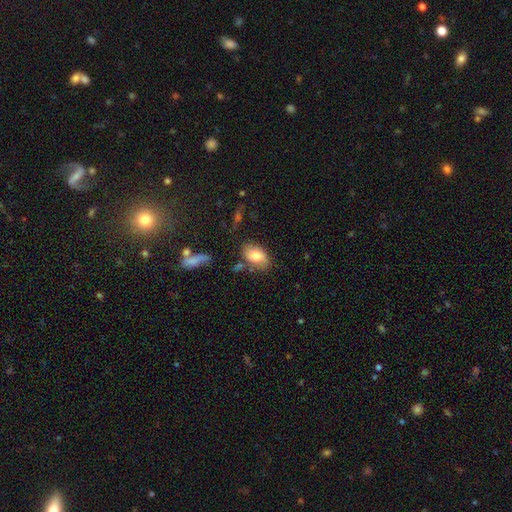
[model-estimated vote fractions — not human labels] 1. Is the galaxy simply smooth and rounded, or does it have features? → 76% smooth, 16% featured or disk, 7% star or artifact.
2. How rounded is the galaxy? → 91% in between, 7% round, 2% cigar-shaped.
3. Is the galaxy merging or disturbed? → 70% none, 19% minor disturbance, 6% merger, 5% major disturbance.